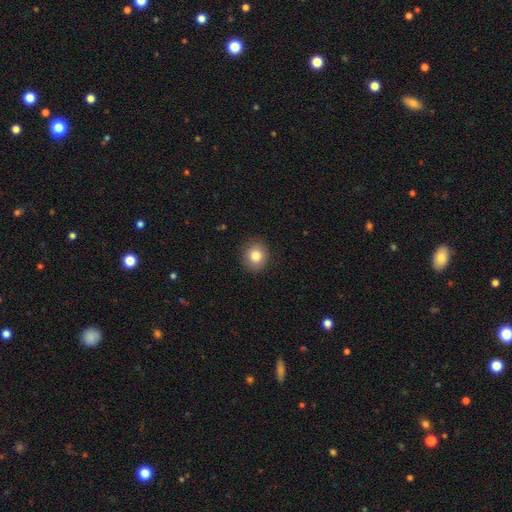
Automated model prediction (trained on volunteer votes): Q: Smooth or featured?
A: smooth (83%); runner-up: star or artifact (10%)
Q: How rounded?
A: round (79%); runner-up: in between (20%)
Q: Merging?
A: none (89%); runner-up: minor disturbance (8%)